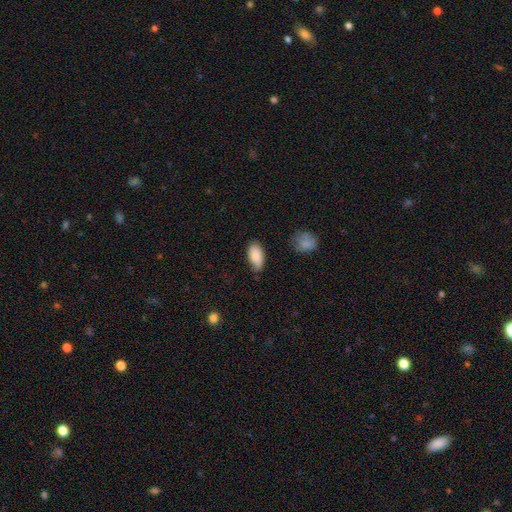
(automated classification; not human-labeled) Smooth or featured: smooth — 87% (star or artifact — 7%)
How rounded: in between — 93% (cigar-shaped — 4%)
Merging: none — 66% (minor disturbance — 27%)